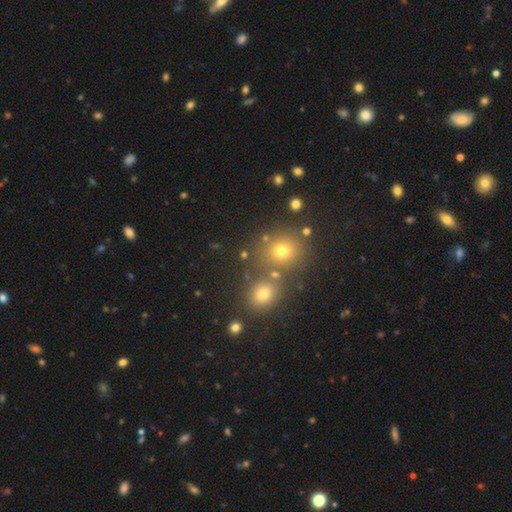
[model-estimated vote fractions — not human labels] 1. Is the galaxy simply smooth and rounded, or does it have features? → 54% smooth, 34% star or artifact, 12% featured or disk.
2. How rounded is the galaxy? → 85% round, 13% in between, 1% cigar-shaped.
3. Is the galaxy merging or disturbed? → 47% none, 44% merger, 6% minor disturbance, 3% major disturbance.